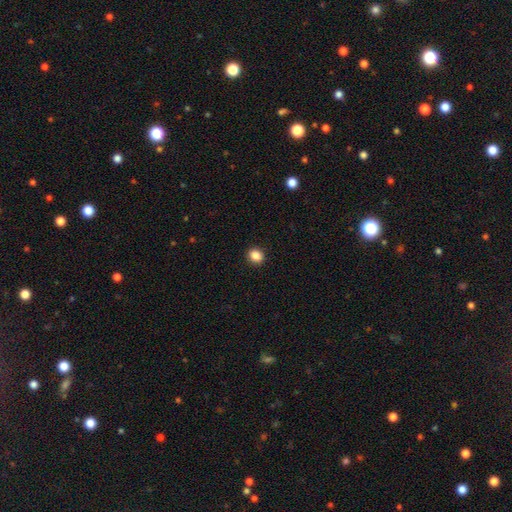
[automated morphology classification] Smooth or featured? Predicted: smooth (p=0.87). How rounded? Predicted: round (p=0.74). Merging? Predicted: none (p=0.92).